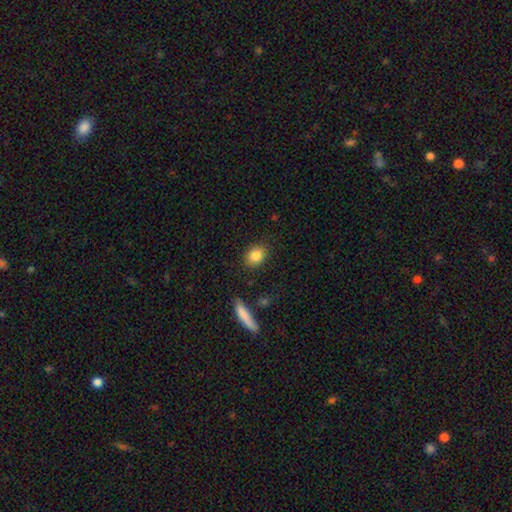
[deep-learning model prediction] smooth_or_featured: smooth (p=0.85) [alt: star or artifact p=0.08]
how_rounded: in between (p=0.54) [alt: round p=0.43]
merging: none (p=0.86) [alt: minor disturbance p=0.09]